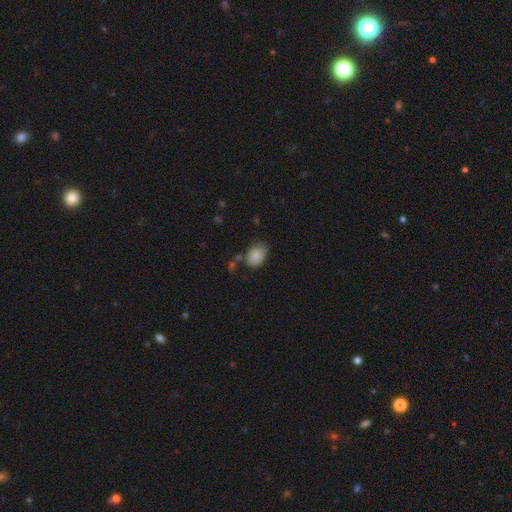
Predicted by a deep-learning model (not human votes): This is clearly a smooth galaxy (87%). How rounded: likely in between (77%). Merging: likely none (67%).